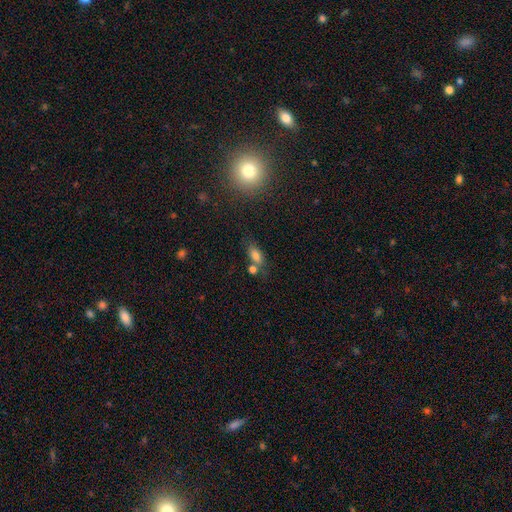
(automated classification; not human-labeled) Smooth or featured: smooth — 76% (star or artifact — 12%)
How rounded: in between — 81% (cigar-shaped — 12%)
Merging: none — 52% (merger — 26%)